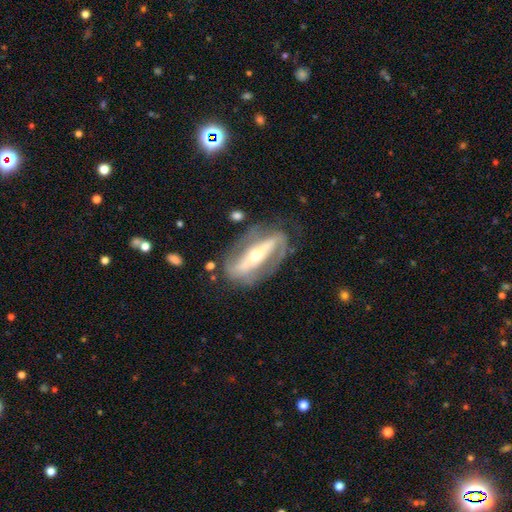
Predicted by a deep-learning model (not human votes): A featured or disk galaxy (83%) with a strong bar (76%), spiral arms (70%) and a moderate central bulge (57%).

Vote fractions:
- Smooth or featured? featured or disk: 83% / smooth: 12% / star or artifact: 5%
- Edge-on disk? no: 76% / yes: 24%
- Bar? strong: 76% / no: 13% / weak: 11%
- Spiral arms? yes: 70% / no: 30%
- Bulge size? moderate: 57% / small: 36% / large: 5% / dominant: 1% / none: 1%
- Merging? none: 72% / minor disturbance: 15% / major disturbance: 11% / merger: 2%